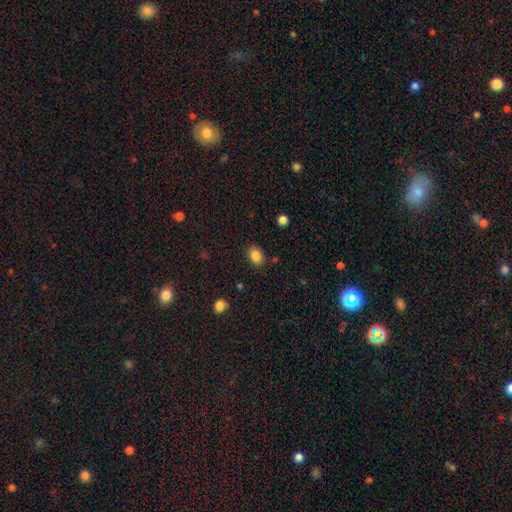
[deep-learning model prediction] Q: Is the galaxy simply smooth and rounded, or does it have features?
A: smooth — 86%.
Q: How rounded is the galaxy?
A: in between — 67%.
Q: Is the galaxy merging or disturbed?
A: none — 84%.